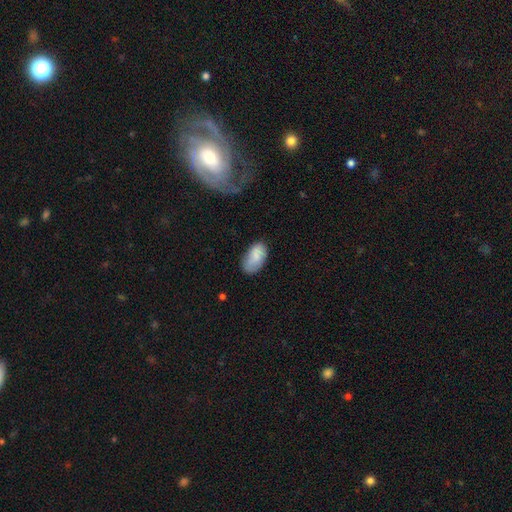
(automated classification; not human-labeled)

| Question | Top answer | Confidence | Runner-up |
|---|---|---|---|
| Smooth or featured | smooth | 83% | featured or disk (11%) |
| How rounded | in between | 95% | round (3%) |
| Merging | none | 66% | minor disturbance (26%) |